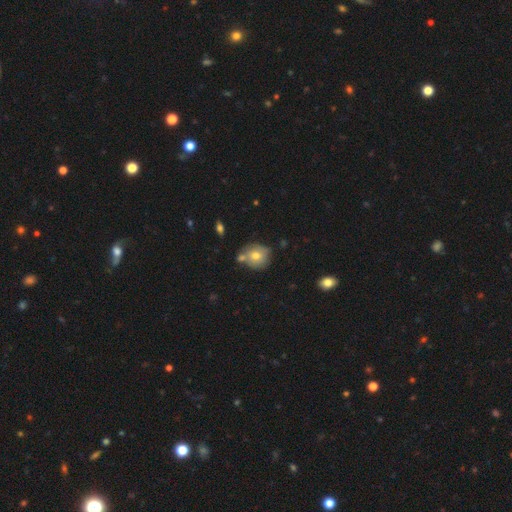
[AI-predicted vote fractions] The model was most divided on "merging": none: 60%, merger: 21%, minor disturbance: 15%, major disturbance: 4%. More confident: how rounded — round (84%); smooth or featured — smooth (71%).